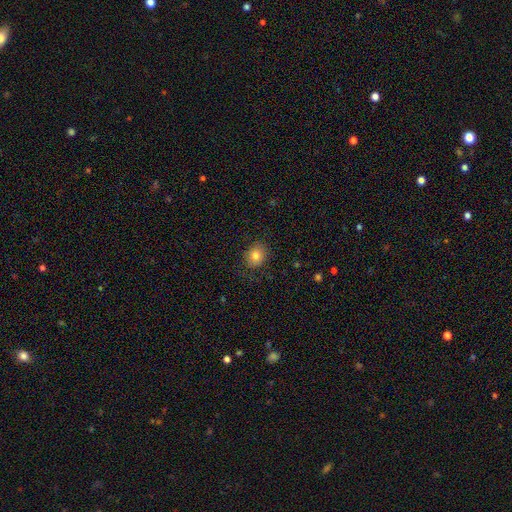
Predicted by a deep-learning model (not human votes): Smooth or featured: smooth — 81% (star or artifact — 11%)
How rounded: round — 68% (in between — 31%)
Merging: none — 84% (minor disturbance — 11%)